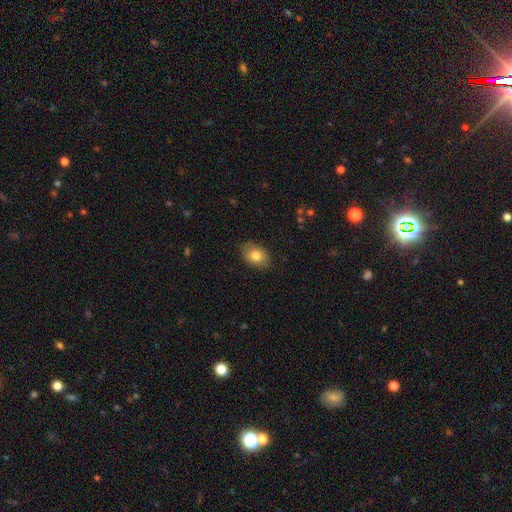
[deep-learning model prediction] This appears to be a smooth galaxy with no disk features (81%) that is in between round and cigar-shaped (79%). Merging: none (84%).